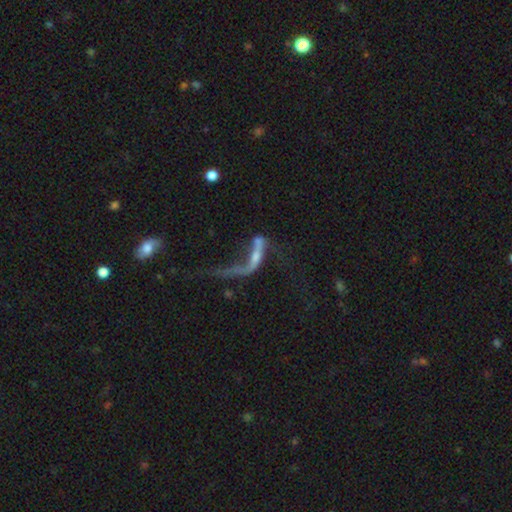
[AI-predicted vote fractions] Smooth or featured? featured or disk (68%)
Edge-on disk? no (72%)
Merging? major disturbance (43%)